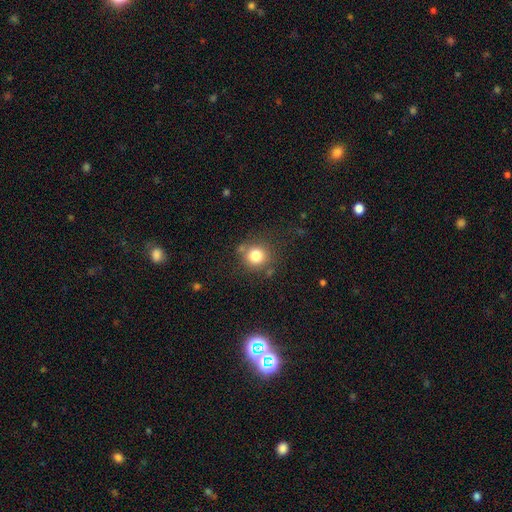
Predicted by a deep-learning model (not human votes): Smooth or featured? Predicted: smooth (p=0.80). How rounded? Predicted: round (p=0.90). Merging? Predicted: none (p=0.77).